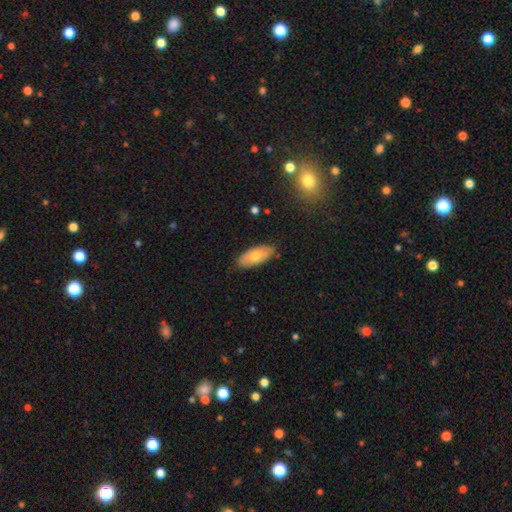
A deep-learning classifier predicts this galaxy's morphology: Smooth or featured: smooth — 68% (featured or disk — 25%)
How rounded: in between — 86% (cigar-shaped — 12%)
Merging: none — 87% (minor disturbance — 10%)